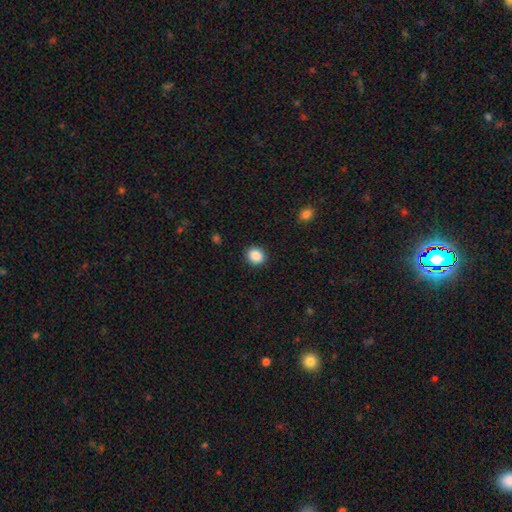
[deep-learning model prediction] Smooth or featured? Predicted: smooth (p=0.88). How rounded? Predicted: round (p=0.79). Merging? Predicted: none (p=0.91).